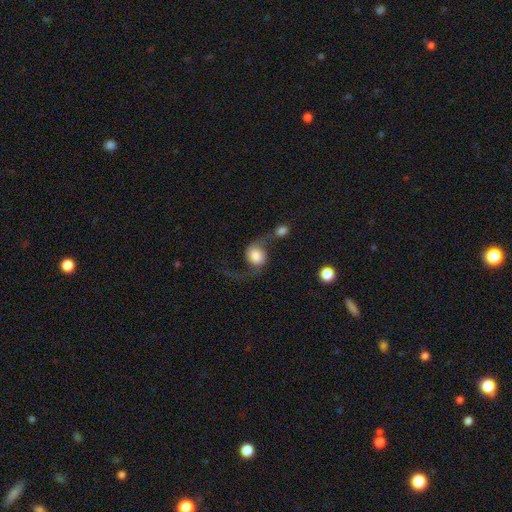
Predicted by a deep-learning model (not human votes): A featured or disk galaxy (49%).

Vote fractions:
- Smooth or featured? featured or disk: 49% / smooth: 43% / star or artifact: 9%
- Merging? merger: 33% / none: 30% / major disturbance: 23% / minor disturbance: 13%